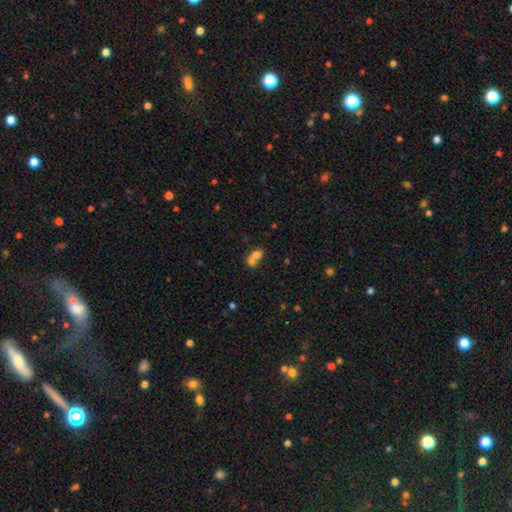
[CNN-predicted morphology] smooth 71%, featured or disk 17%, star or artifact 12%. Down the decision tree: how rounded — in between (64%); merging — merger (72%).